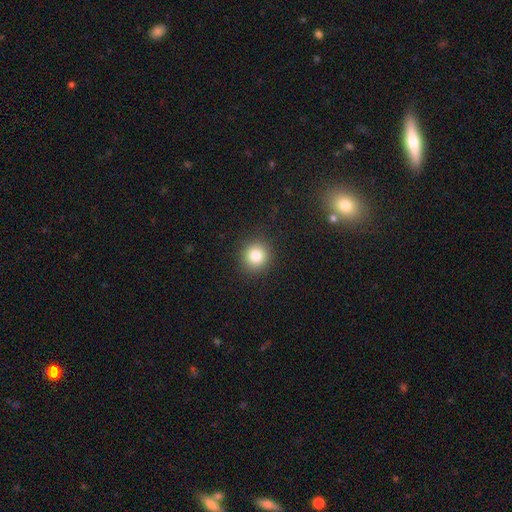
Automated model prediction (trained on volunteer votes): This is clearly a smooth galaxy (82%). How rounded: clearly round (91%). Merging: clearly none (91%).